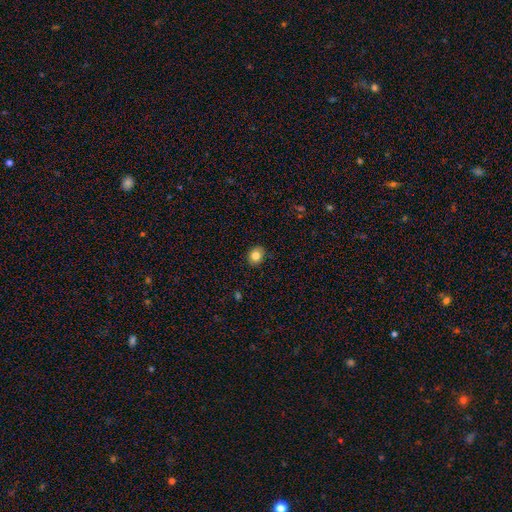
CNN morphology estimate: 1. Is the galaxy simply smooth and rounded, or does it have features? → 82% smooth, 10% star or artifact, 8% featured or disk.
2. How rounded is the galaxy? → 59% round, 40% in between, 1% cigar-shaped.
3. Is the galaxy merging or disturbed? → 87% none, 10% minor disturbance, 2% major disturbance, 1% merger.